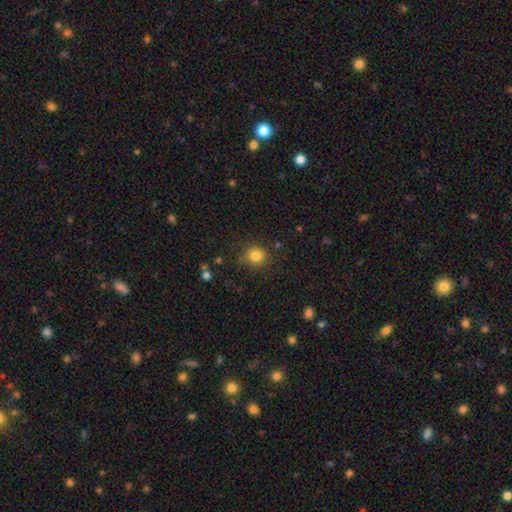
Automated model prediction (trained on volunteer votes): Q: Smooth or featured?
A: smooth (82%); runner-up: star or artifact (12%)
Q: How rounded?
A: round (88%); runner-up: in between (11%)
Q: Merging?
A: none (83%); runner-up: minor disturbance (11%)